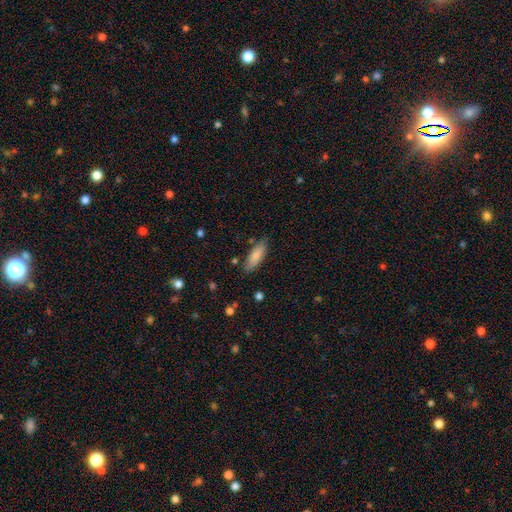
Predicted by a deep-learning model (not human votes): Overall: smooth (83%). How rounded: in between (63%; cigar-shaped 36%). Merging: none (81%).